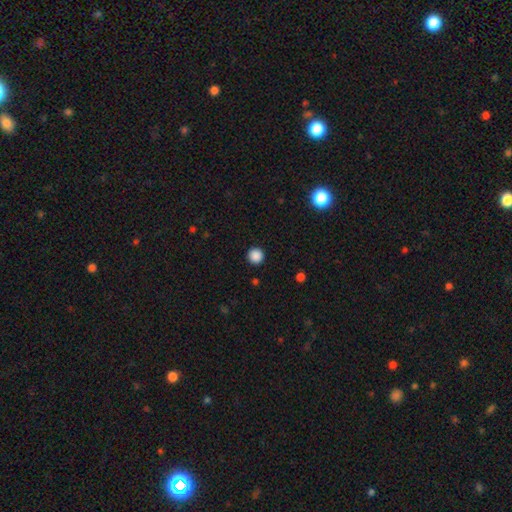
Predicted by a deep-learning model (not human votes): A smooth galaxy with no disk features (88%) that is round (96%). Merging: none (93%).